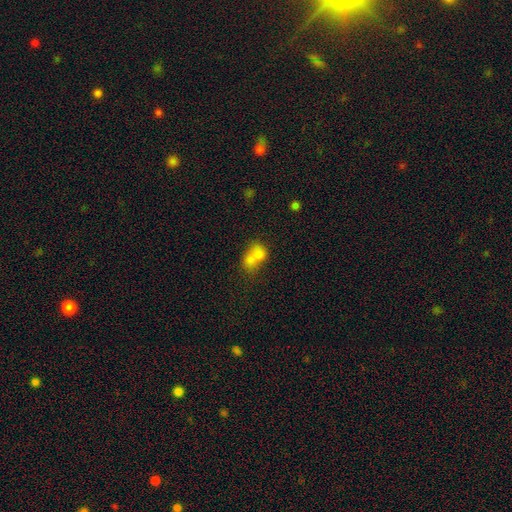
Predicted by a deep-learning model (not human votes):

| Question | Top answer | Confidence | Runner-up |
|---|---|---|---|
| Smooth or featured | smooth | 74% | featured or disk (16%) |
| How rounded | in between | 51% | round (47%) |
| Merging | merger | 68% | none (20%) |